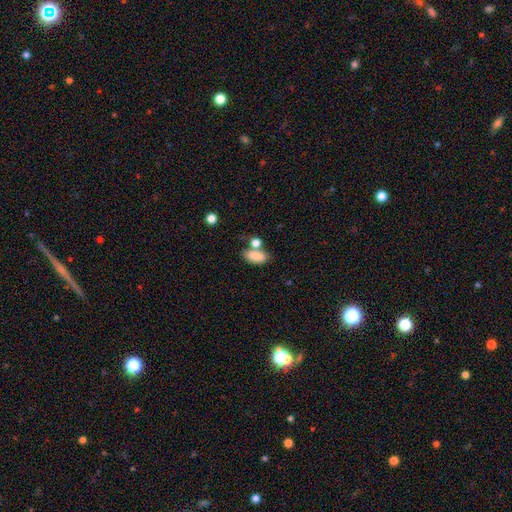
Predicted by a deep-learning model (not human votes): Morphology: type=smooth (83%); roundness=in between (89%); merging=none (48%).